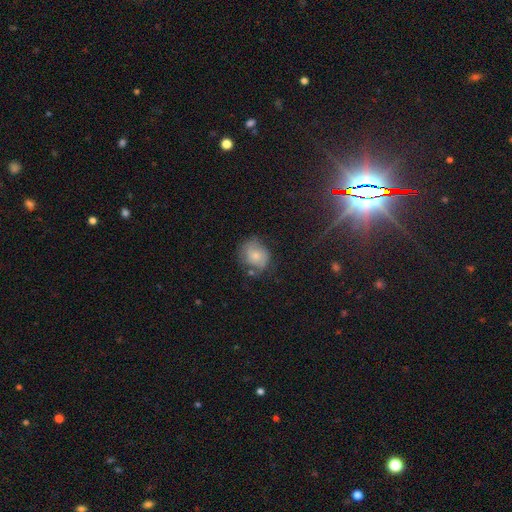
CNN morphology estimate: smooth 63%, featured or disk 28%, star or artifact 9%. Down the decision tree: how rounded — round (66%); merging — none (54%).